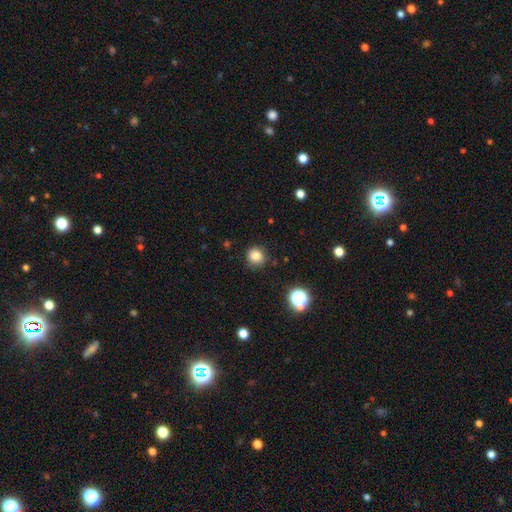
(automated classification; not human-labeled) The model was most divided on "how rounded": round: 84%, in between: 15%, cigar-shaped: 1%. More confident: merging — none (83%); smooth or featured — smooth (82%).